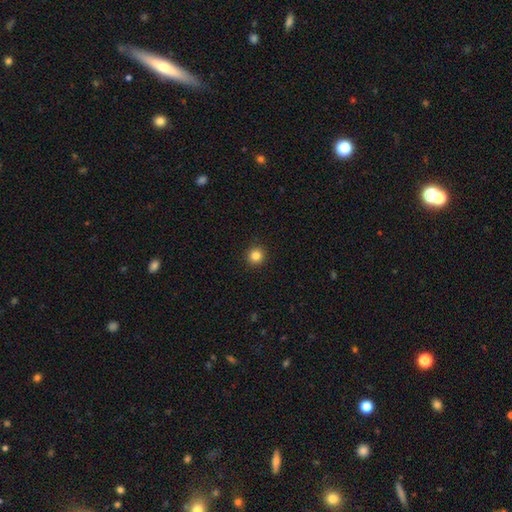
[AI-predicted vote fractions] A smooth galaxy with no disk features (84%) that is round (94%).

Vote fractions:
- Smooth or featured? smooth: 84% / star or artifact: 12% / featured or disk: 4%
- How rounded? round: 94% / in between: 5% / cigar-shaped: 1%
- Merging? none: 93% / minor disturbance: 4% / major disturbance: 2% / merger: 1%